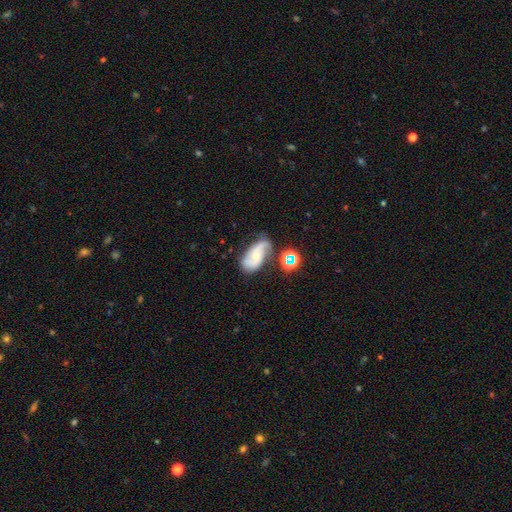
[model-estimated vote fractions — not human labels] A featured or disk galaxy (69%) with no bar (58%), 2 (80%) medium (42%) spiral arms (92%) and a small central bulge (53%).

Vote fractions:
- Smooth or featured? featured or disk: 69% / smooth: 22% / star or artifact: 9%
- Edge-on disk? no: 95% / yes: 5%
- Bar? no: 58% / weak: 32% / strong: 10%
- Spiral arms? yes: 92% / no: 8%
- Spiral winding? medium: 42% / loose: 40% / tight: 18%
- Spiral arm count? 2: 80% / can't tell: 9% / 1: 6% / 3: 3% / 4: 1% / more than 4: 1%
- Bulge size? small: 53% / moderate: 41% / none: 3% / large: 2% / dominant: 1%
- Merging? none: 56% / minor disturbance: 26% / major disturbance: 11% / merger: 7%